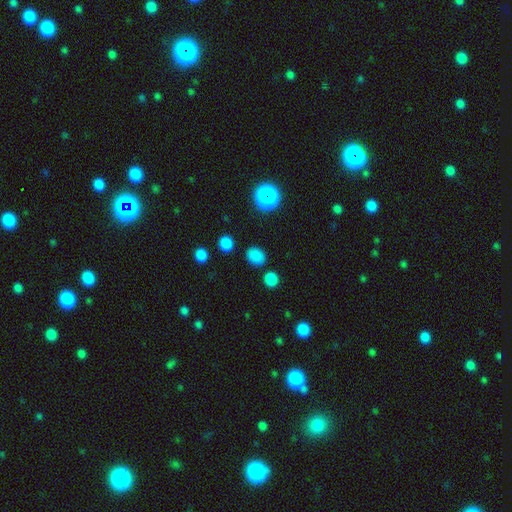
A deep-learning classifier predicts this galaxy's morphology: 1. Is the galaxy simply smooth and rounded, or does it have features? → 82% smooth, 15% star or artifact, 4% featured or disk.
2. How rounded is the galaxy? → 52% in between, 47% round, 1% cigar-shaped.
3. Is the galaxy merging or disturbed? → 82% none, 10% minor disturbance, 5% merger, 3% major disturbance.